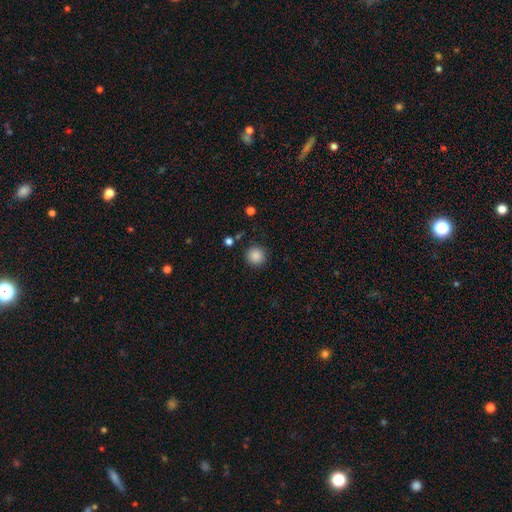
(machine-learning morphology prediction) smooth_or_featured: smooth (p=0.87) [alt: star or artifact p=0.10]
how_rounded: round (p=0.95) [alt: in between p=0.04]
merging: none (p=0.89) [alt: minor disturbance p=0.06]